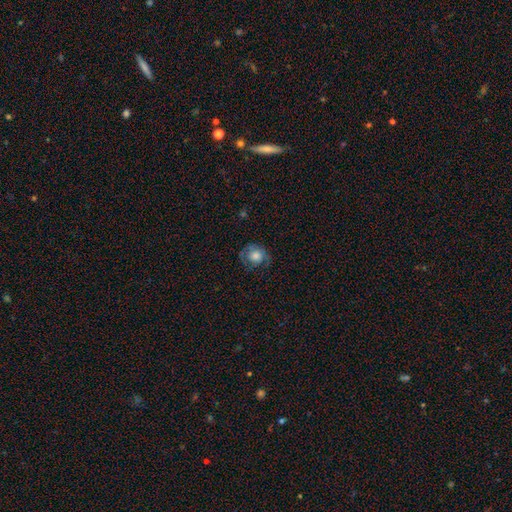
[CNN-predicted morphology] Smooth or featured? Predicted: smooth (p=0.56). How rounded? Predicted: round (p=0.78). Merging? Predicted: none (p=0.64).